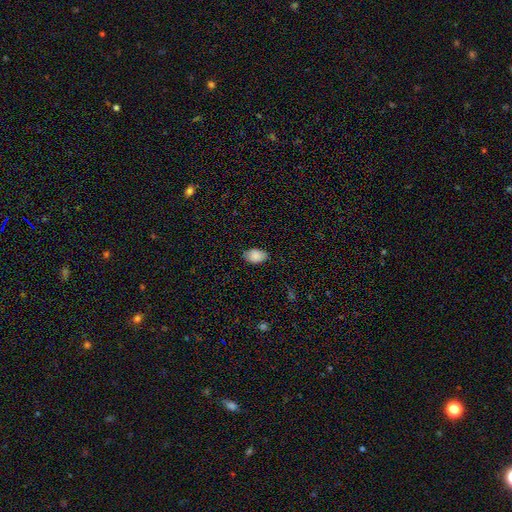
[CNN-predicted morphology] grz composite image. It shows a smooth galaxy with no disk features (89%) that is in between round and cigar-shaped (89%). Merging: none (83%).